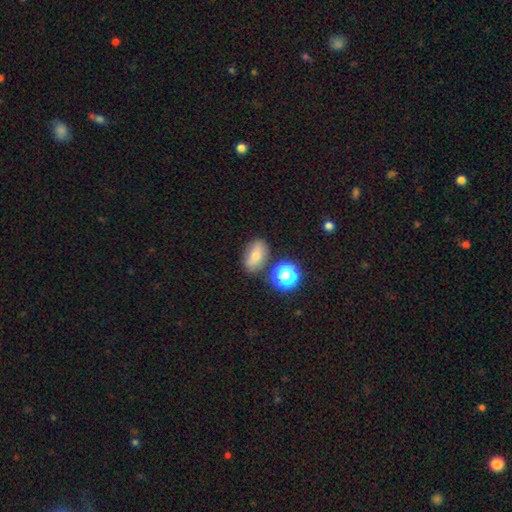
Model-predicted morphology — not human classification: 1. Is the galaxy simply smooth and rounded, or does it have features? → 66% smooth, 18% featured or disk, 16% star or artifact.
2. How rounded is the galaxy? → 74% in between, 23% round, 3% cigar-shaped.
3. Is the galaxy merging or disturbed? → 76% none, 13% minor disturbance, 8% merger, 4% major disturbance.